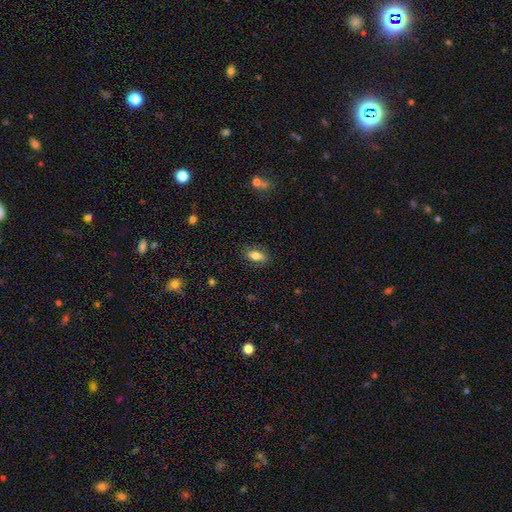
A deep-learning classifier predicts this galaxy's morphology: A smooth galaxy with no disk features (78%) that is in between round and cigar-shaped (84%). Merging: none (81%).